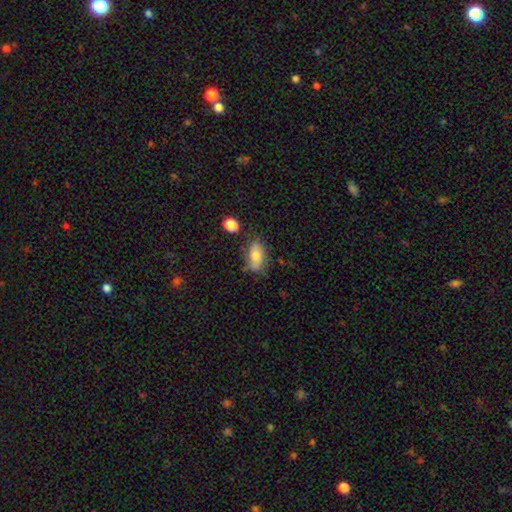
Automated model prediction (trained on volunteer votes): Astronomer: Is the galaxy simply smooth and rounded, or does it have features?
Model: smooth — 73%.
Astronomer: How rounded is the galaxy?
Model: in between — 89%.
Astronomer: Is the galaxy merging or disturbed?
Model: none — 65%.